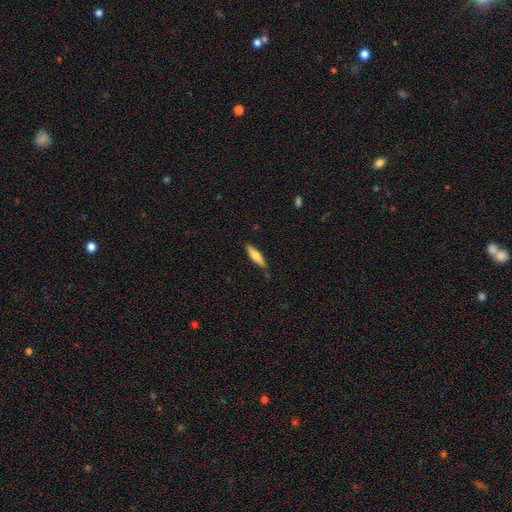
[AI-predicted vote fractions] smooth_or_featured: smooth (p=0.60) [alt: featured or disk p=0.34]
how_rounded: cigar-shaped (p=0.75) [alt: in between p=0.24]
merging: none (p=0.84) [alt: minor disturbance p=0.12]